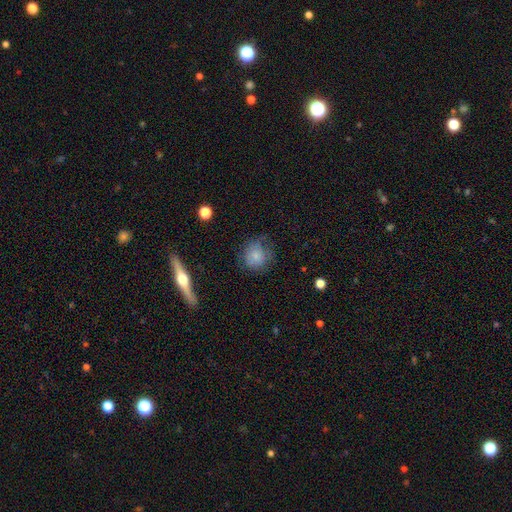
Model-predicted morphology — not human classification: A smooth galaxy with no disk features (77%) that is round (84%). Merging: none (64%).